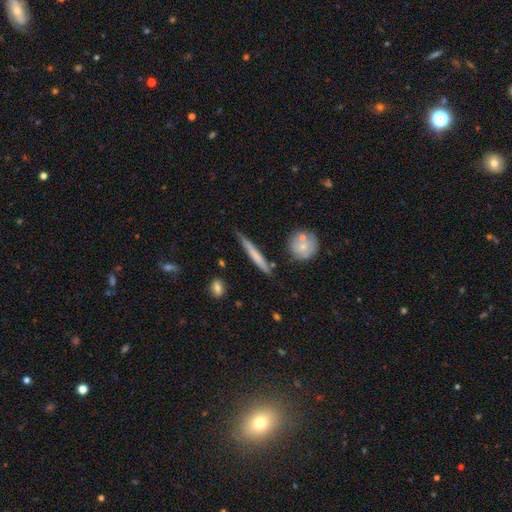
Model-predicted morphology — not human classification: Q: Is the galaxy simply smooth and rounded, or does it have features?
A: smooth — 56%.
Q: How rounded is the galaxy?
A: cigar-shaped — 92%.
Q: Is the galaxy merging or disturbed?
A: none — 75%.